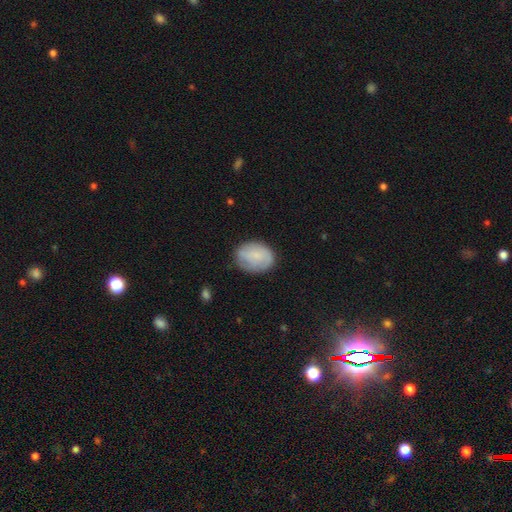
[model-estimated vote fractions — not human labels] smooth_or_featured: smooth (p=0.67) [alt: featured or disk p=0.26]
how_rounded: in between (p=0.61) [alt: round p=0.38]
merging: none (p=0.72) [alt: minor disturbance p=0.21]